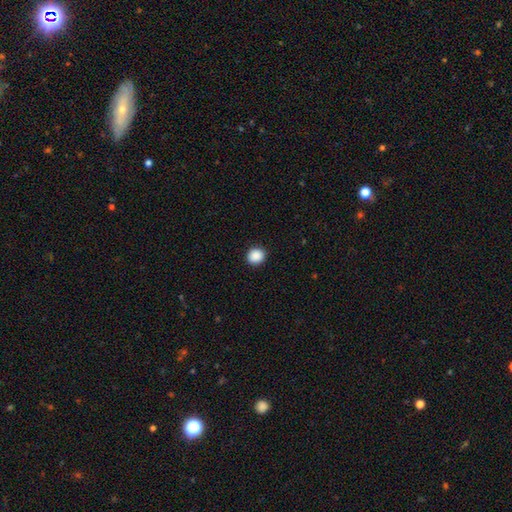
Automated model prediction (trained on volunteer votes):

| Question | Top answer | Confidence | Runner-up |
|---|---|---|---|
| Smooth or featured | smooth | 89% | star or artifact (9%) |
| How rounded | round | 85% | in between (15%) |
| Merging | none | 92% | minor disturbance (5%) |